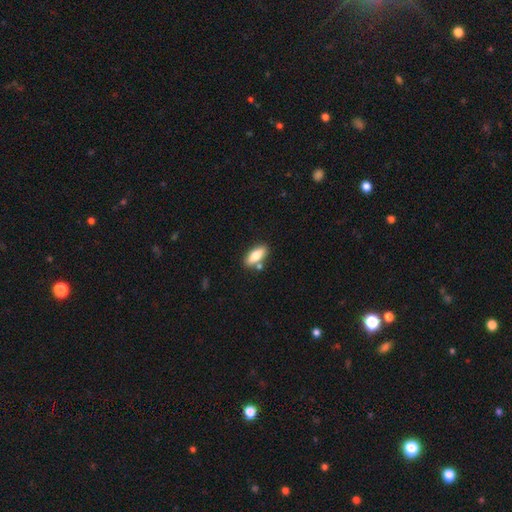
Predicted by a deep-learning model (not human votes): Smooth or featured?
  - smooth: 71% *
  - featured or disk: 22%
  - star or artifact: 6%
How rounded?
  - in between: 76% *
  - cigar-shaped: 21%
  - round: 3%
Merging?
  - none: 74% *
  - merger: 12%
  - minor disturbance: 11%
  - major disturbance: 3%